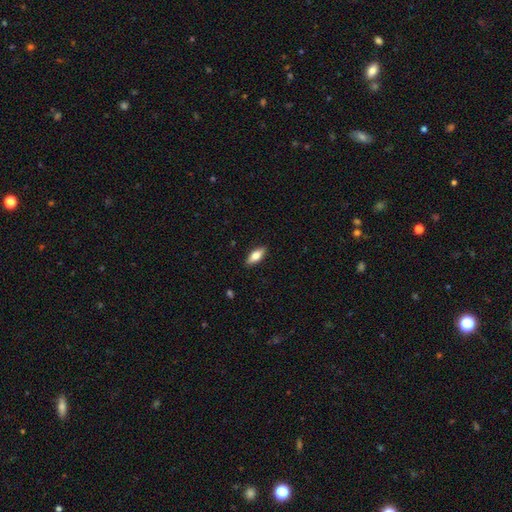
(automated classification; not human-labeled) Smooth or featured? Predicted: smooth (p=0.69). How rounded? Predicted: in between (p=0.74). Merging? Predicted: none (p=0.88).